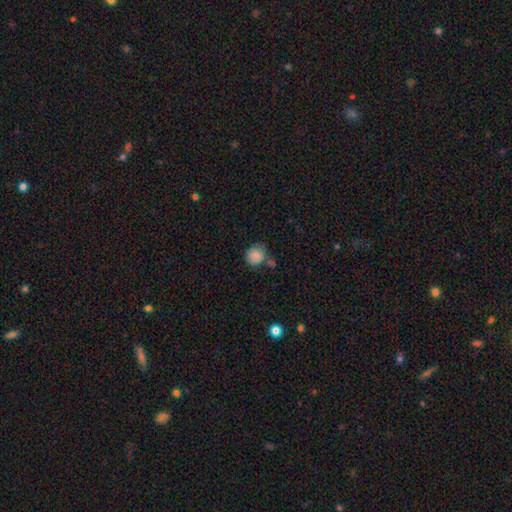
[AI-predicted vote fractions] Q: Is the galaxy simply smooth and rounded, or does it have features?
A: smooth — 84%.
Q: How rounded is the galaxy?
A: round — 78%.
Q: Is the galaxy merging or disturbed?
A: none — 55%.